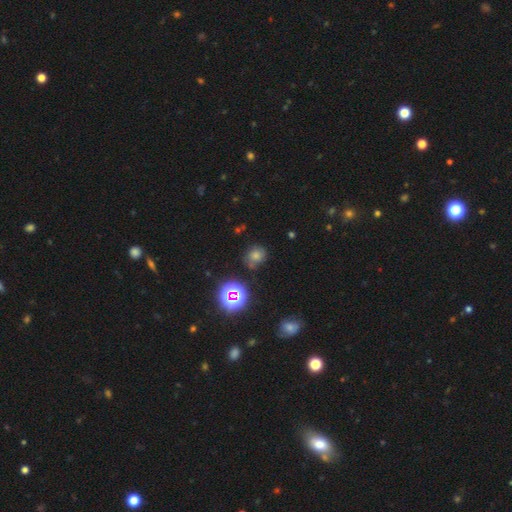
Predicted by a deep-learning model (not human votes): smooth-or-featured: smooth: 51% | star or artifact: 38% | featured or disk: 11%
  how-rounded: round: 81% | in between: 18% | cigar-shaped: 1%
  merging: none: 78% | minor disturbance: 13% | major disturbance: 5% | merger: 4%